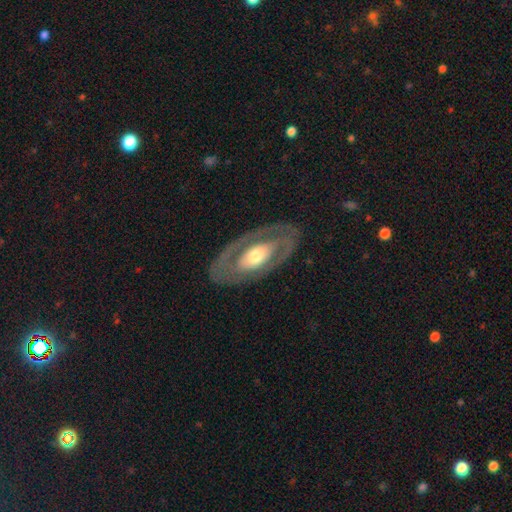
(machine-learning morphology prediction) Smooth or featured?
  - featured or disk: 69% *
  - smooth: 26%
  - star or artifact: 5%
Edge-on disk?
  - no: 89% *
  - yes: 11%
Bar?
  - no: 71% *
  - weak: 17%
  - strong: 12%
Spiral arms?
  - no: 63% *
  - yes: 37%
Bulge size?
  - moderate: 61% *
  - small: 19%
  - large: 18%
  - dominant: 2%
  - none: 1%
Merging?
  - none: 80% *
  - minor disturbance: 12%
  - major disturbance: 6%
  - merger: 1%